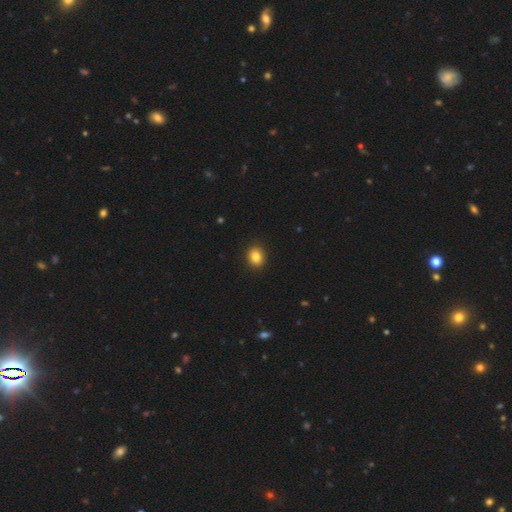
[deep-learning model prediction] This appears to be a smooth galaxy with no disk features (85%) that is round (66%). Merging: none (92%).